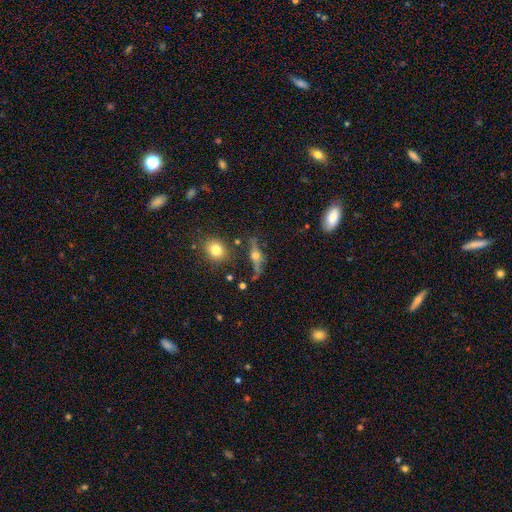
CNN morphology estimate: Q: Smooth or featured?
A: featured or disk (73%); runner-up: smooth (17%)
Q: Edge-on disk?
A: yes (82%); runner-up: no (18%)
Q: Edge-on bulge?
A: rounded (94%); runner-up: boxy (3%)
Q: Merging?
A: none (66%); runner-up: minor disturbance (19%)